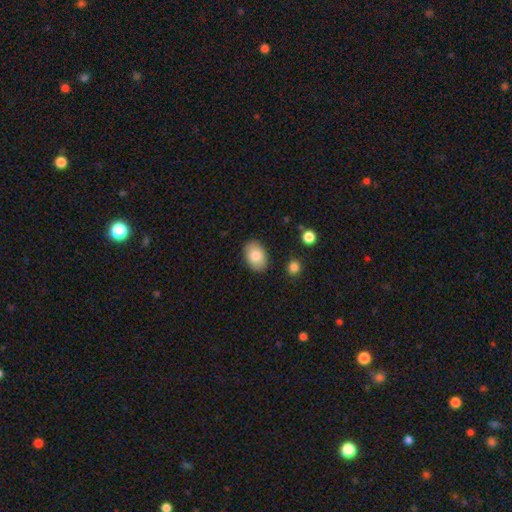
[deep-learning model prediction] A smooth galaxy with no disk features (84%) that is in between round and cigar-shaped (85%).

Vote fractions:
- Smooth or featured? smooth: 84% / featured or disk: 9% / star or artifact: 7%
- How rounded? in between: 85% / round: 14% / cigar-shaped: 1%
- Merging? none: 86% / minor disturbance: 10% / major disturbance: 2% / merger: 2%